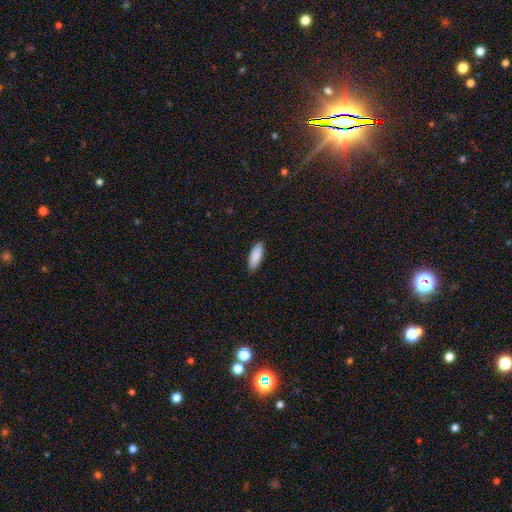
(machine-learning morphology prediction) smooth 89%, star or artifact 6%, featured or disk 5%. Down the decision tree: how rounded — in between (72%); merging — none (87%).